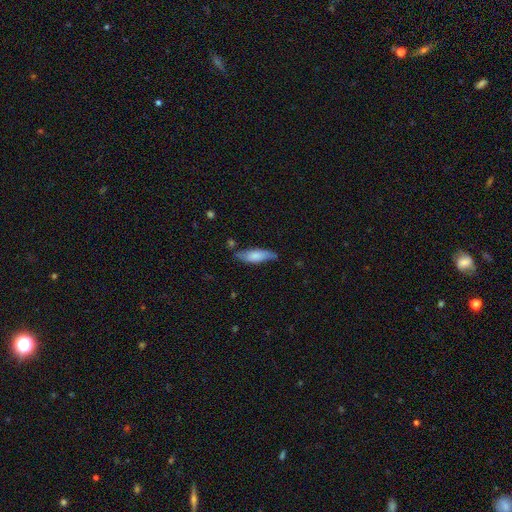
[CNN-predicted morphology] smooth_or_featured: smooth (p=0.74) [alt: featured or disk p=0.20]
how_rounded: in between (p=0.53) [alt: cigar-shaped p=0.46]
merging: none (p=0.69) [alt: minor disturbance p=0.23]